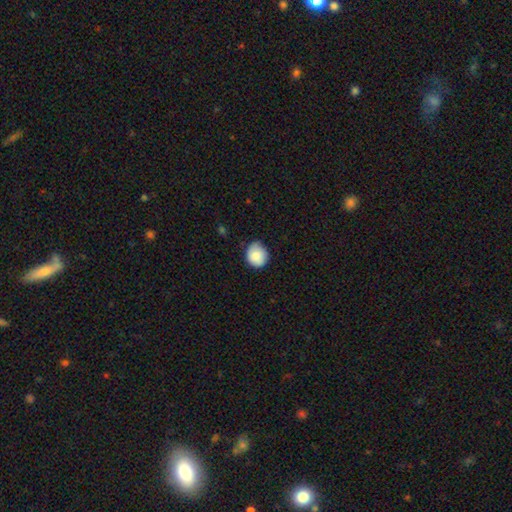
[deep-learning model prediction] smooth-or-featured: smooth: 83% | featured or disk: 9% | star or artifact: 8%
  how-rounded: round: 81% | in between: 18% | cigar-shaped: 1%
  merging: none: 68% | minor disturbance: 27% | major disturbance: 4% | merger: 1%